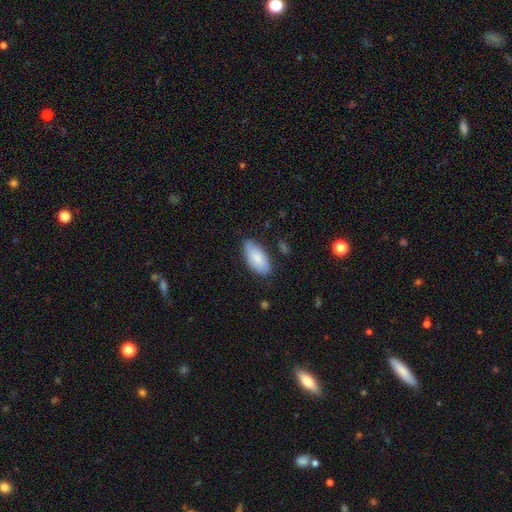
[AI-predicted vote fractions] smooth_or_featured: smooth (p=0.83) [alt: featured or disk p=0.11]
how_rounded: in between (p=0.93) [alt: cigar-shaped p=0.05]
merging: none (p=0.76) [alt: minor disturbance p=0.19]